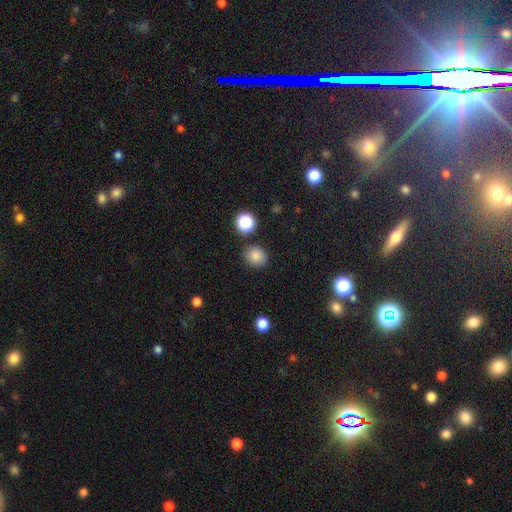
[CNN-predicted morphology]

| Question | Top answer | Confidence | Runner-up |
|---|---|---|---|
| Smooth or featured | smooth | 84% | star or artifact (12%) |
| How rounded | round | 74% | in between (25%) |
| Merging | none | 84% | minor disturbance (10%) |